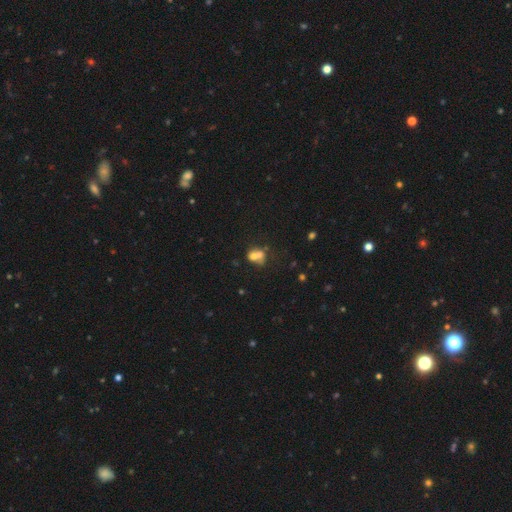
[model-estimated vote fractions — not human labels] smooth 63%, featured or disk 23%, star or artifact 14%. Down the decision tree: how rounded — round (54%); merging — merger (61%).